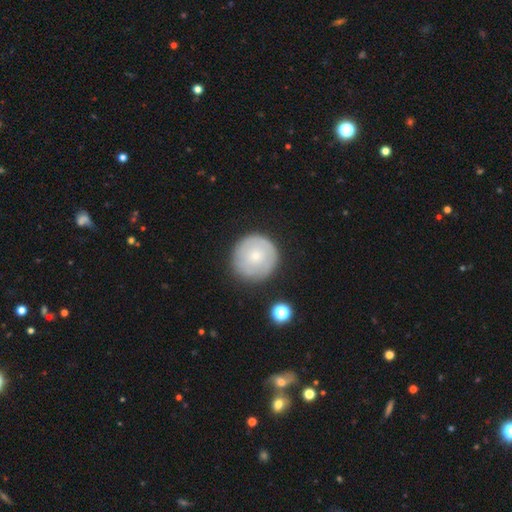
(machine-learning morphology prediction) smooth-or-featured: smooth: 54% | featured or disk: 40% | star or artifact: 6%
  how-rounded: round: 94% | in between: 5% | cigar-shaped: 1%
  merging: none: 81% | minor disturbance: 13% | major disturbance: 4% | merger: 2%